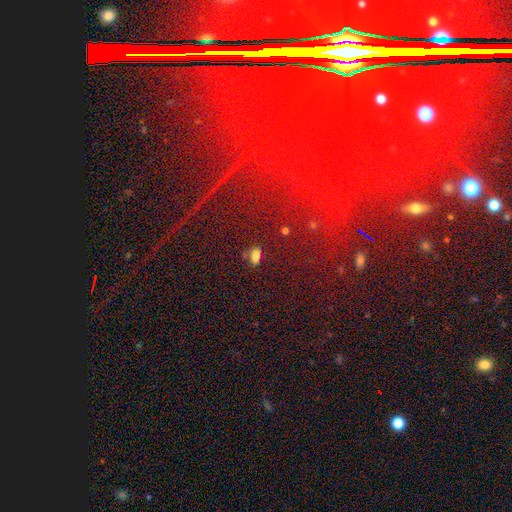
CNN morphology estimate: smooth-or-featured: smooth: 72% | star or artifact: 21% | featured or disk: 8%
  how-rounded: in between: 82% | round: 10% | cigar-shaped: 9%
  merging: none: 65% | minor disturbance: 16% | merger: 12% | major disturbance: 7%